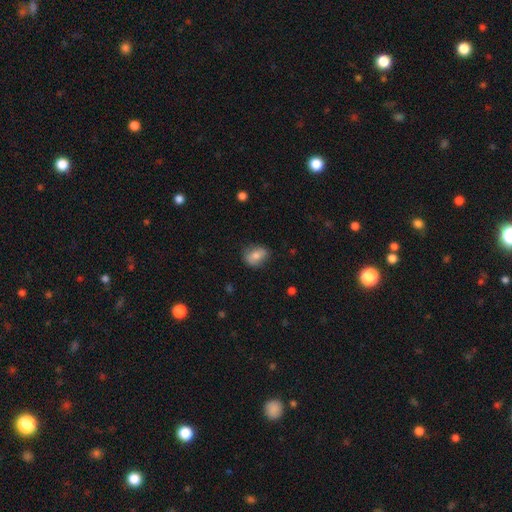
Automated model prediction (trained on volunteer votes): A smooth galaxy with no disk features (71%) that is in between round and cigar-shaped (62%). Merging: none (73%).